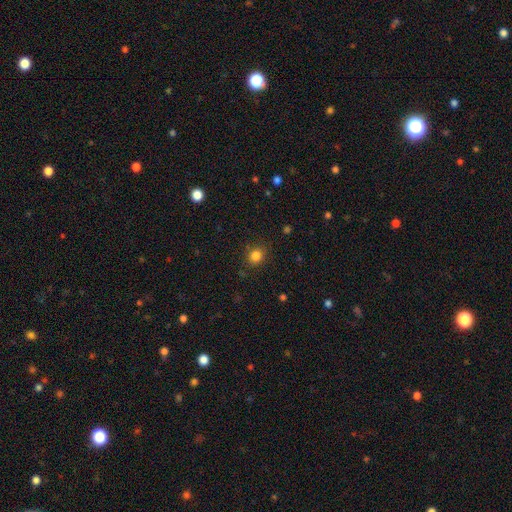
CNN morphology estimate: The model was most divided on "how rounded": round: 76%, in between: 23%, cigar-shaped: 1%. More confident: merging — none (86%); smooth or featured — smooth (83%).